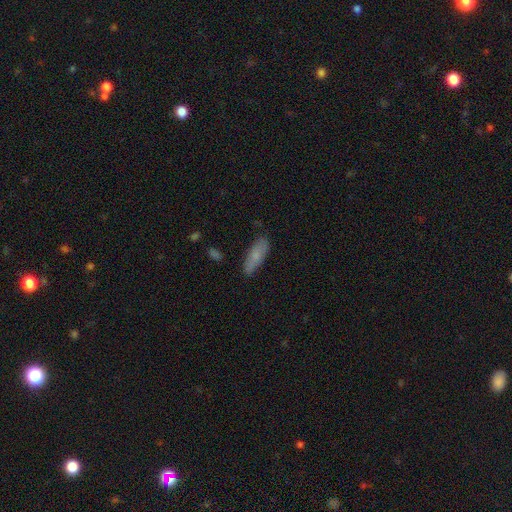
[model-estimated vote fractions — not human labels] This appears to be a smooth galaxy with no disk features (76%) that is in between round and cigar-shaped (51%). Merging: none (79%).